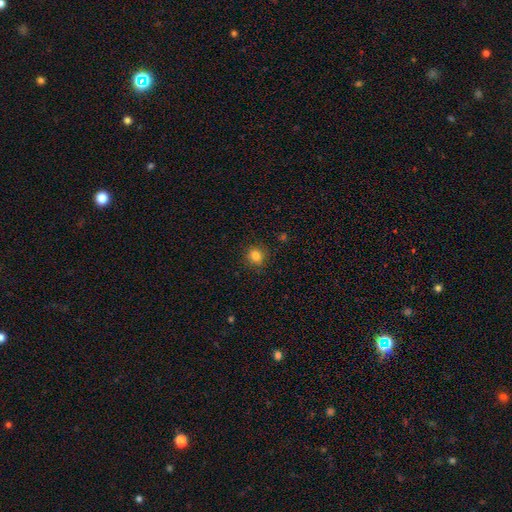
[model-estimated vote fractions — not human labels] Smooth or featured? Predicted: smooth (p=0.82). How rounded? Predicted: round (p=0.86). Merging? Predicted: none (p=0.89).